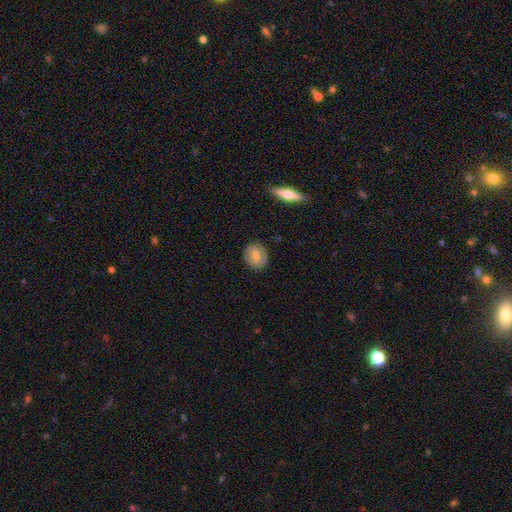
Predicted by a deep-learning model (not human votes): A smooth galaxy with no disk features (58%) that is round (79%).

Vote fractions:
- Smooth or featured? smooth: 58% / featured or disk: 34% / star or artifact: 8%
- How rounded? round: 79% / in between: 19% / cigar-shaped: 2%
- Merging? none: 86% / minor disturbance: 10% / major disturbance: 2% / merger: 1%